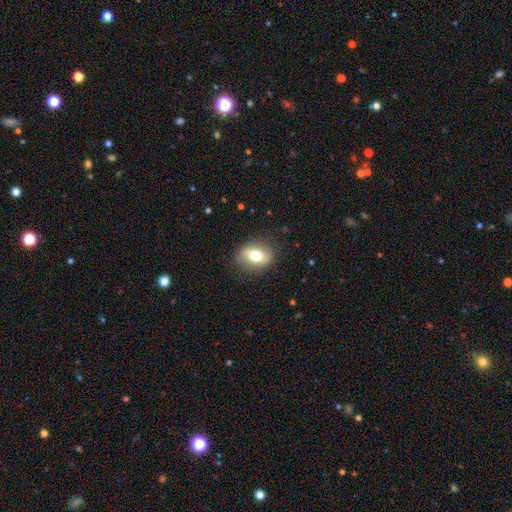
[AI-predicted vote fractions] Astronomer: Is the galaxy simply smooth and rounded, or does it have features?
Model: smooth — 71%.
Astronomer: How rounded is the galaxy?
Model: in between — 65%.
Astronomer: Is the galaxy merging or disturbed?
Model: none — 83%.